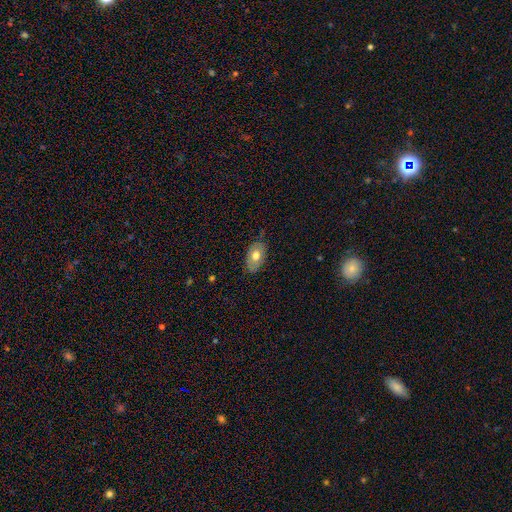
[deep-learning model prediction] This is likely a smooth galaxy (65%). How rounded: clearly in between (89%). Merging: likely none (77%).